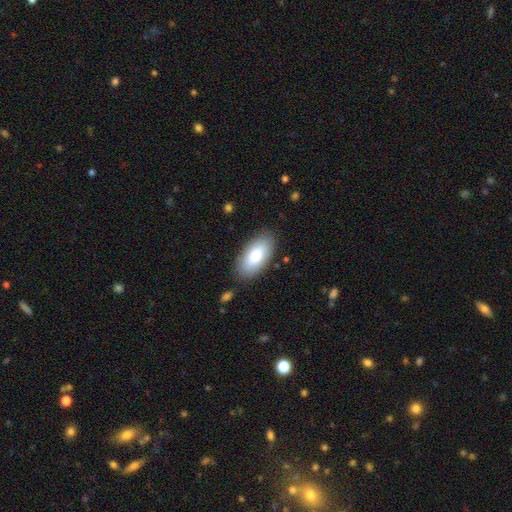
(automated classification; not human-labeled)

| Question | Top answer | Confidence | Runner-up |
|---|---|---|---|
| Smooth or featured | smooth | 76% | featured or disk (18%) |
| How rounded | in between | 94% | cigar-shaped (3%) |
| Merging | none | 85% | minor disturbance (11%) |